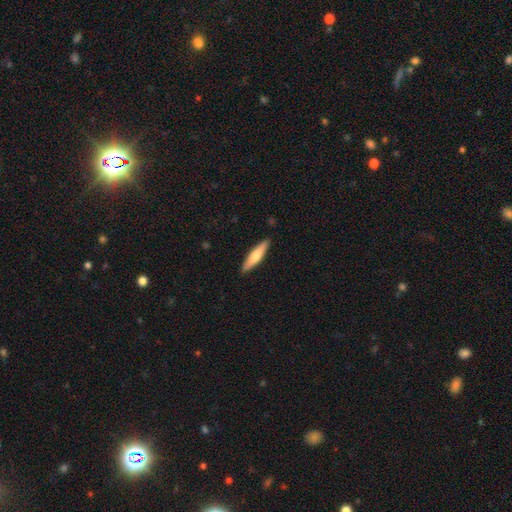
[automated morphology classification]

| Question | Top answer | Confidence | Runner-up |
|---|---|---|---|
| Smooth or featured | smooth | 60% | featured or disk (35%) |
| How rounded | cigar-shaped | 82% | in between (16%) |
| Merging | none | 90% | minor disturbance (8%) |